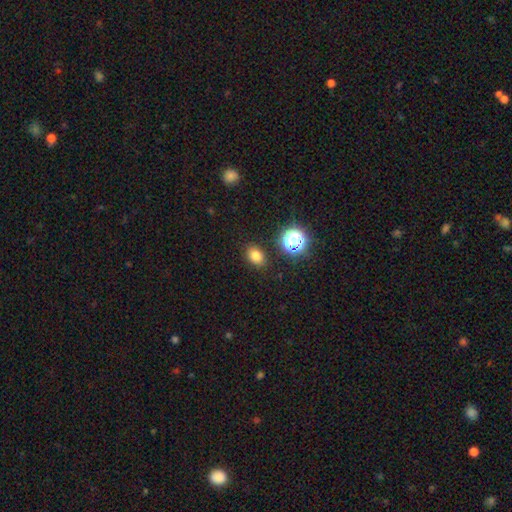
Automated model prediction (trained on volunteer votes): The model was most divided on "how rounded": in between: 68%, round: 31%, cigar-shaped: 1%. More confident: merging — none (86%); smooth or featured — smooth (77%).